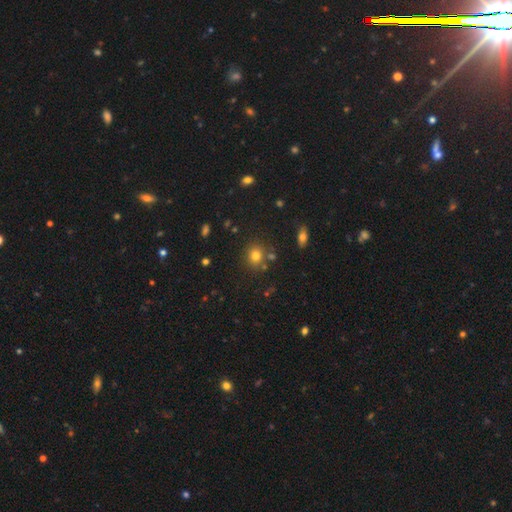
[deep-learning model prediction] The model was most divided on "how rounded": round: 79%, in between: 20%, cigar-shaped: 1%. More confident: merging — none (77%); smooth or featured — smooth (76%).